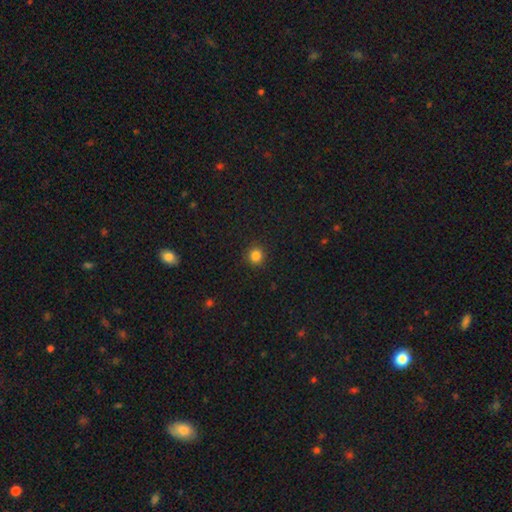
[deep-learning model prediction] Smooth or featured: smooth — 84% (star or artifact — 12%)
How rounded: round — 93% (in between — 6%)
Merging: none — 91% (minor disturbance — 6%)